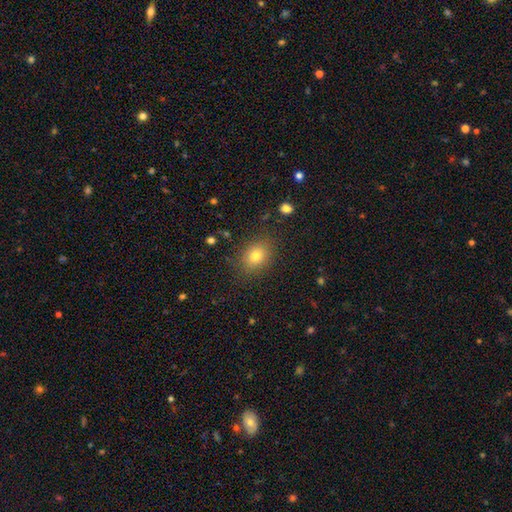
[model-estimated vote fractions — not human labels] This is likely a smooth galaxy (79%). How rounded: possibly in between (59%). Merging: clearly none (85%).